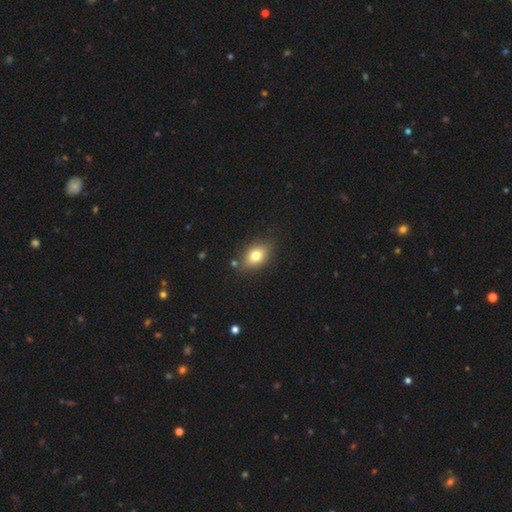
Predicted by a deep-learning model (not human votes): smooth-or-featured: smooth: 77% | featured or disk: 14% | star or artifact: 10%
  how-rounded: in between: 78% | round: 20% | cigar-shaped: 3%
  merging: none: 79% | minor disturbance: 14% | merger: 3% | major disturbance: 3%